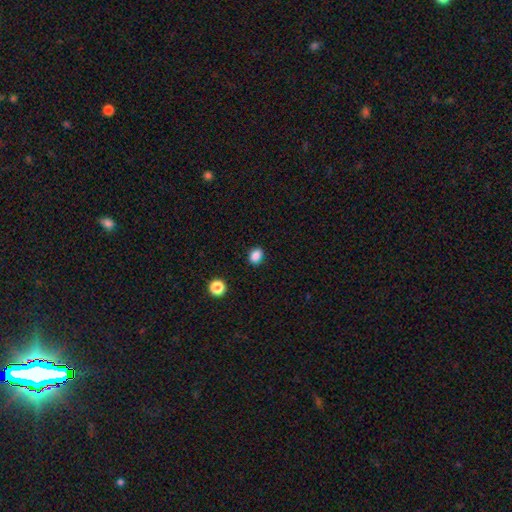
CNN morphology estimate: This appears to be a smooth galaxy with no disk features (87%) that is in between round and cigar-shaped (60%). Merging: none (89%).